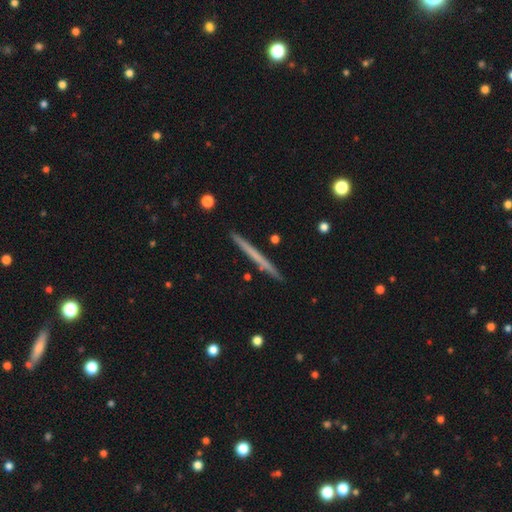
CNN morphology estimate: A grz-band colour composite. It shows a smooth galaxy with no disk features (49%). Merging: none (91%).